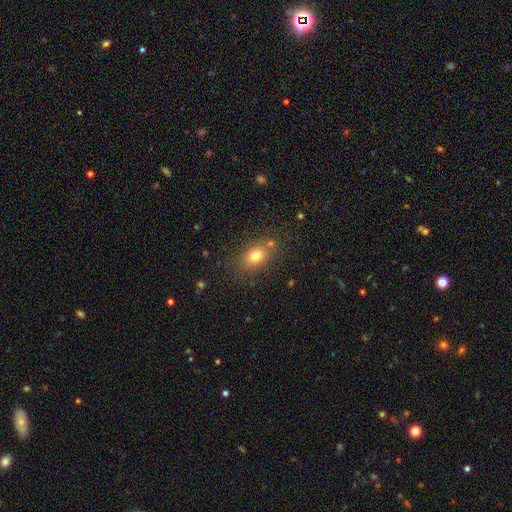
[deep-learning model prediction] Q: Smooth or featured?
A: smooth (76%); runner-up: star or artifact (12%)
Q: How rounded?
A: in between (71%); runner-up: round (27%)
Q: Merging?
A: none (75%); runner-up: minor disturbance (13%)